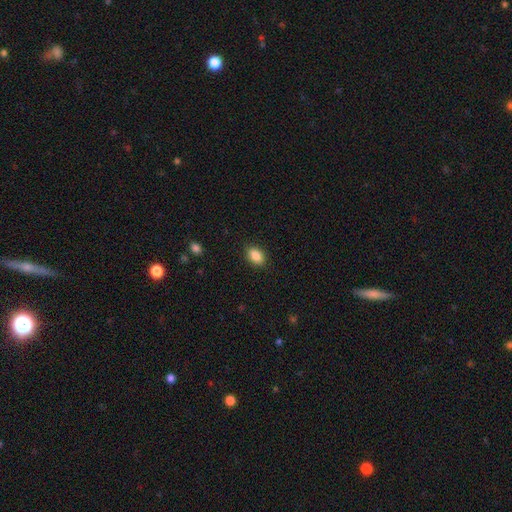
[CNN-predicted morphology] Smooth or featured? Predicted: smooth (p=0.88). How rounded? Predicted: in between (p=0.87). Merging? Predicted: none (p=0.88).